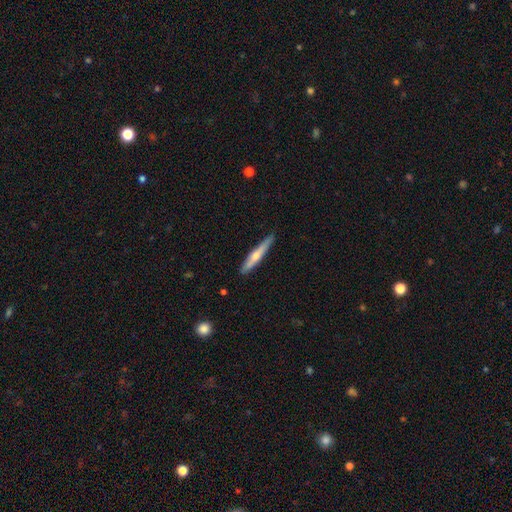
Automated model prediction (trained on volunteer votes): This appears to be a featured or disk galaxy (56%) viewed edge-on (95%) with a rounded central bulge (81%). Merging: none (90%).